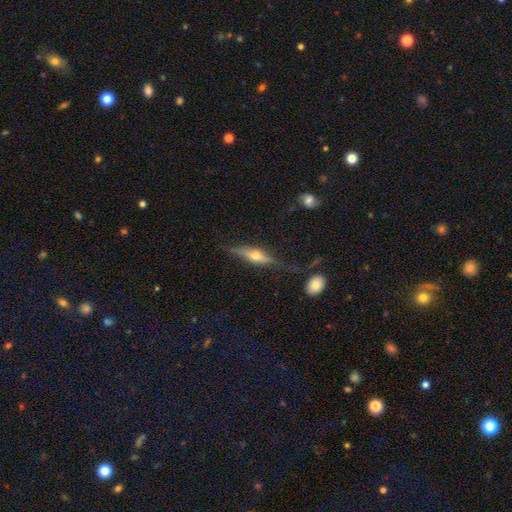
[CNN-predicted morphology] Smooth or featured: featured or disk — 69% (smooth — 24%)
Edge-on disk: yes — 93% (no — 7%)
Edge-on bulge: rounded — 92% (boxy — 5%)
Merging: none — 73% (minor disturbance — 18%)